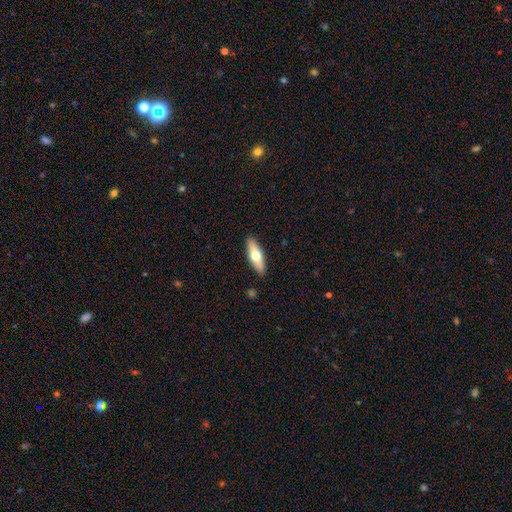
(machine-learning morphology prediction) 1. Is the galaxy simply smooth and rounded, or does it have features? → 55% smooth, 39% featured or disk, 6% star or artifact.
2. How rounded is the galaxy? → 50% in between, 47% cigar-shaped, 3% round.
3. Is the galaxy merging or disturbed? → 90% none, 8% minor disturbance, 2% major disturbance, 1% merger.